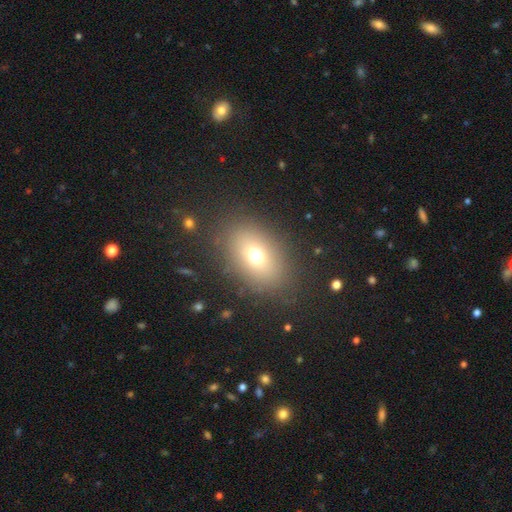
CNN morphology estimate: smooth 68%, featured or disk 16%, star or artifact 16%. Down the decision tree: how rounded — in between (73%); merging — none (83%).